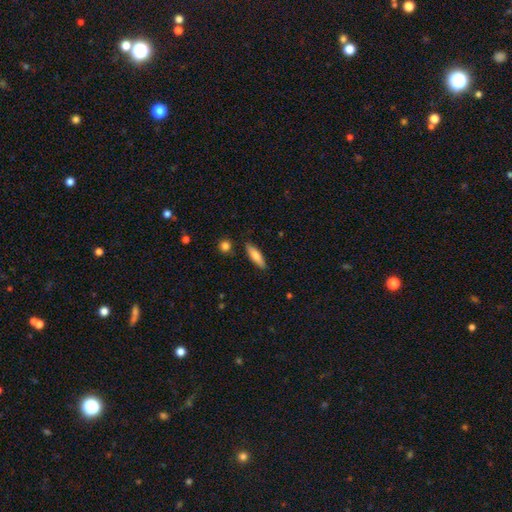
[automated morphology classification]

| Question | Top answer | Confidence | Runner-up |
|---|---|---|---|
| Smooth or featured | smooth | 73% | featured or disk (21%) |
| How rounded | cigar-shaped | 61% | in between (37%) |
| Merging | none | 86% | minor disturbance (9%) |